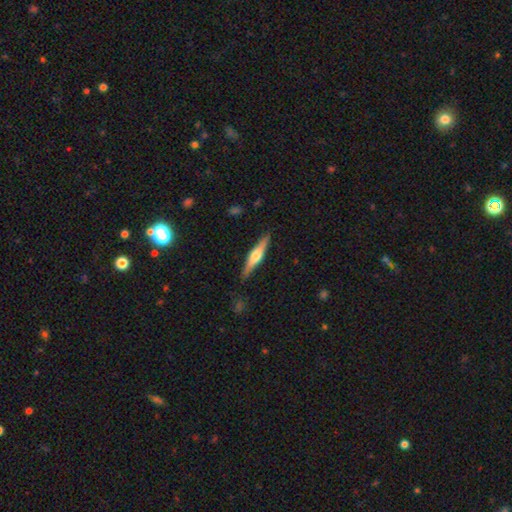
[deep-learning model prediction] featured or disk 61%, smooth 33%, star or artifact 5%. Down the decision tree: edge-on disk — yes (97%); edge-on bulge — rounded (89%); merging — none (89%).